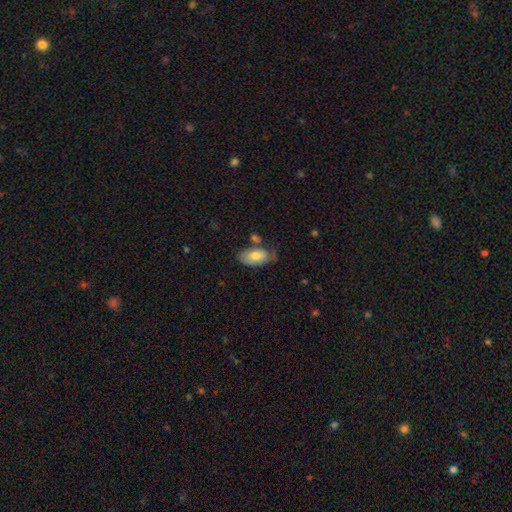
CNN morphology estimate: This appears to be a smooth galaxy with no disk features (73%) that is in between round and cigar-shaped (93%). Merging: none (48%).